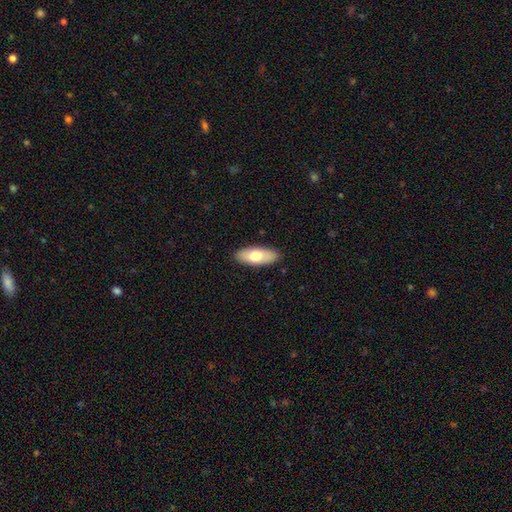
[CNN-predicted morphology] A smooth galaxy with no disk features (71%) that is in between round and cigar-shaped (80%).

Vote fractions:
- Smooth or featured? smooth: 71% / featured or disk: 23% / star or artifact: 6%
- How rounded? in between: 80% / cigar-shaped: 18% / round: 2%
- Merging? none: 89% / minor disturbance: 8% / major disturbance: 2% / merger: 1%